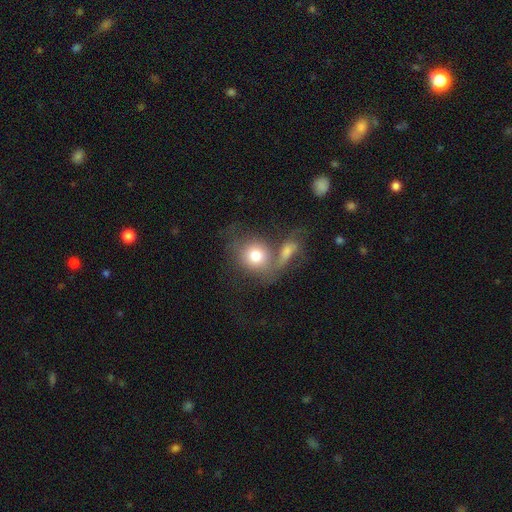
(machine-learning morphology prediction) The model was most divided on "merging": merger: 50%, none: 29%, major disturbance: 11%, minor disturbance: 10%. More confident: how rounded — round (74%); smooth or featured — smooth (70%).